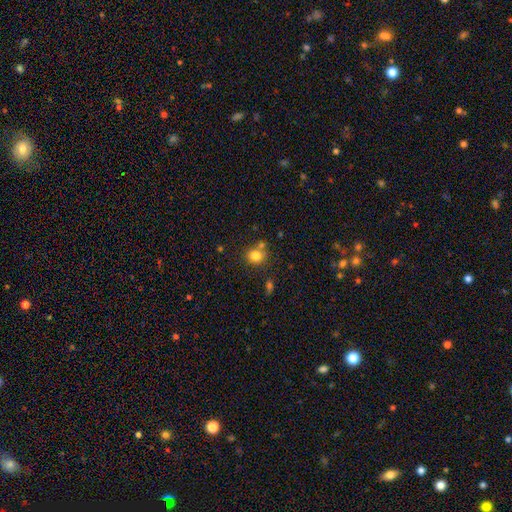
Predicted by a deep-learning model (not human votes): Smooth or featured?
  - smooth: 81% *
  - star or artifact: 12%
  - featured or disk: 8%
How rounded?
  - round: 80% *
  - in between: 19%
  - cigar-shaped: 1%
Merging?
  - none: 65% *
  - merger: 19%
  - minor disturbance: 12%
  - major disturbance: 4%